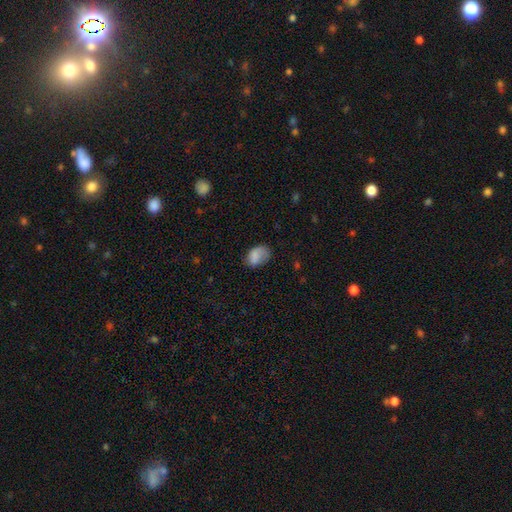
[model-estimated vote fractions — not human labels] Smooth or featured?
  - smooth: 80% *
  - featured or disk: 10%
  - star or artifact: 9%
How rounded?
  - in between: 83% *
  - round: 16%
  - cigar-shaped: 1%
Merging?
  - none: 52% *
  - minor disturbance: 31%
  - major disturbance: 14%
  - merger: 2%